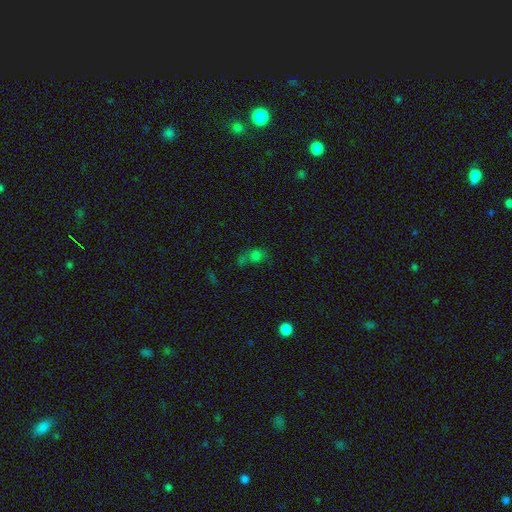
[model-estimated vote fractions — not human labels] This appears to be a smooth galaxy with no disk features (61%) that is round (55%). Merging: none (37%).